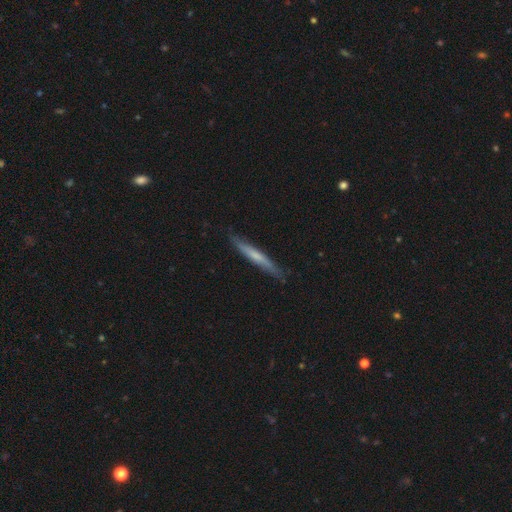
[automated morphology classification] smooth_or_featured: smooth (p=0.51) [alt: featured or disk p=0.43]
how_rounded: cigar-shaped (p=0.95) [alt: in between p=0.03]
merging: none (p=0.85) [alt: minor disturbance p=0.12]